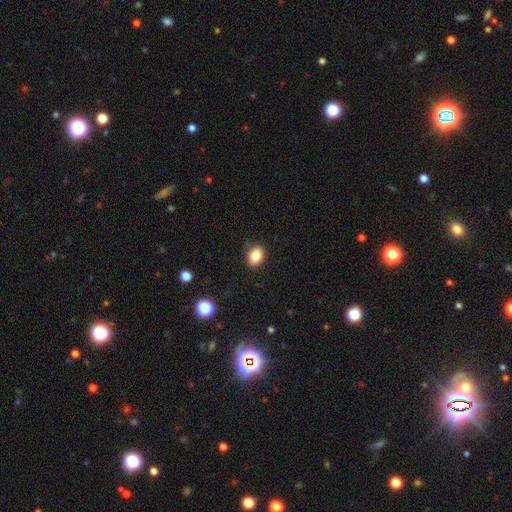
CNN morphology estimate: Overall: smooth (84%). How rounded: in between (69%; round 30%). Merging: none (83%).